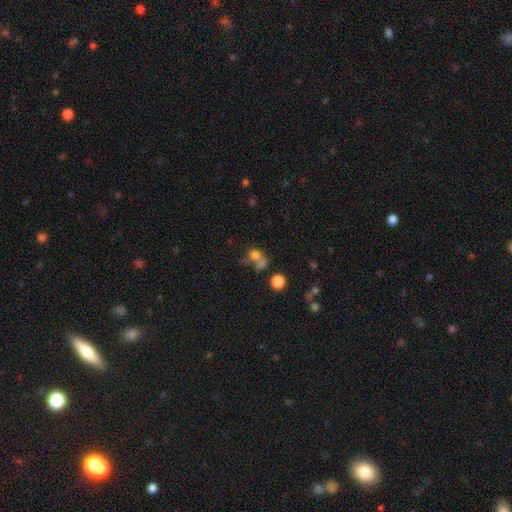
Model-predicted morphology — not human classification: This appears to be a smooth galaxy with no disk features (67%) that is round (68%). Merging: merger (45%).